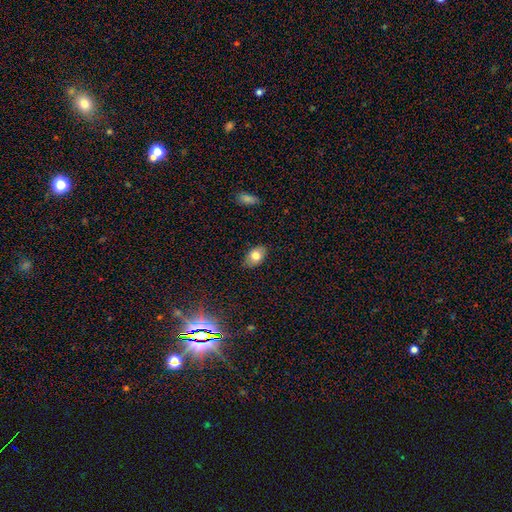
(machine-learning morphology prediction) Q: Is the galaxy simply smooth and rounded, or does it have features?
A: smooth — 77%.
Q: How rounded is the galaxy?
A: in between — 88%.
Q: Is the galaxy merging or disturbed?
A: none — 84%.